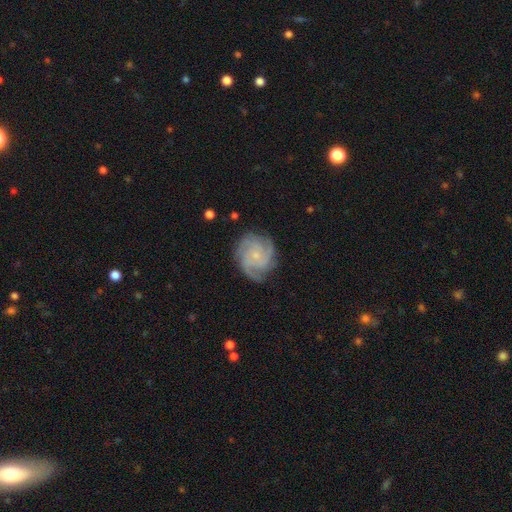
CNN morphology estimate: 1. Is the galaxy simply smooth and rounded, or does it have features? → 81% featured or disk, 12% smooth, 6% star or artifact.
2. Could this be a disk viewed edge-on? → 98% no, 2% yes.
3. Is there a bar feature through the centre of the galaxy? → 78% no, 20% weak, 3% strong.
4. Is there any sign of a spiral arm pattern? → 97% yes, 3% no.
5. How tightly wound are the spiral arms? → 57% tight, 36% medium, 8% loose.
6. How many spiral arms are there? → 36% 3, 25% 4, 17% can't tell, 10% 2, 6% more than 4, 6% 1.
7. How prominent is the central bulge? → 77% small, 16% moderate, 5% none, 1% large, 1% dominant.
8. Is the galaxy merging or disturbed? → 75% none, 17% minor disturbance, 6% major disturbance, 1% merger.